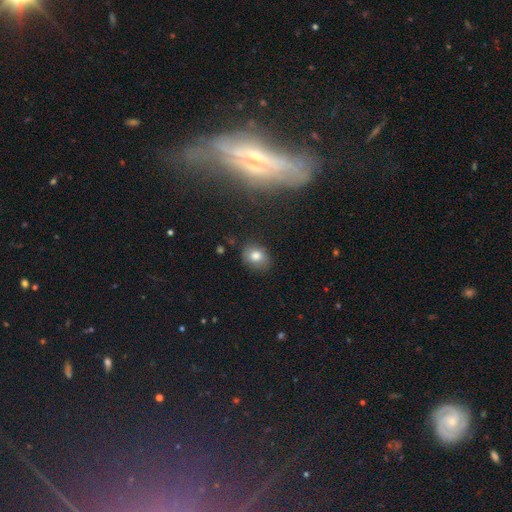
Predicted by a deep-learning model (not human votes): Smooth or featured? smooth (79%)
How rounded? in between (55%)
Merging? none (80%)